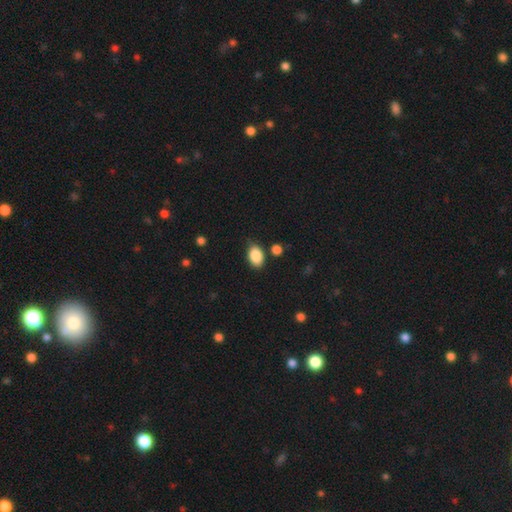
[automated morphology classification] smooth-or-featured: smooth: 88% | star or artifact: 7% | featured or disk: 5%
  how-rounded: in between: 85% | round: 13% | cigar-shaped: 1%
  merging: none: 77% | minor disturbance: 15% | merger: 5% | major disturbance: 3%